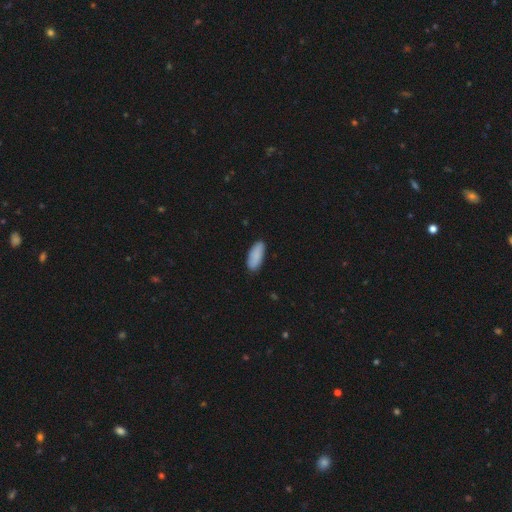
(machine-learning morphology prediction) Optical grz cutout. It shows a smooth galaxy with no disk features (88%) that is in between round and cigar-shaped (79%). Merging: none (85%).